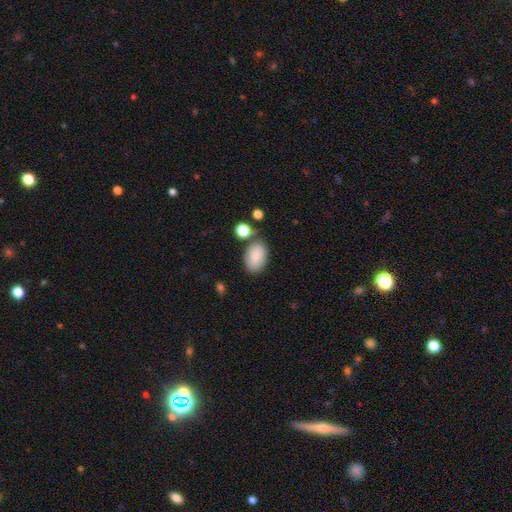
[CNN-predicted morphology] This appears to be a smooth galaxy with no disk features (86%) that is in between round and cigar-shaped (91%). Merging: none (73%).